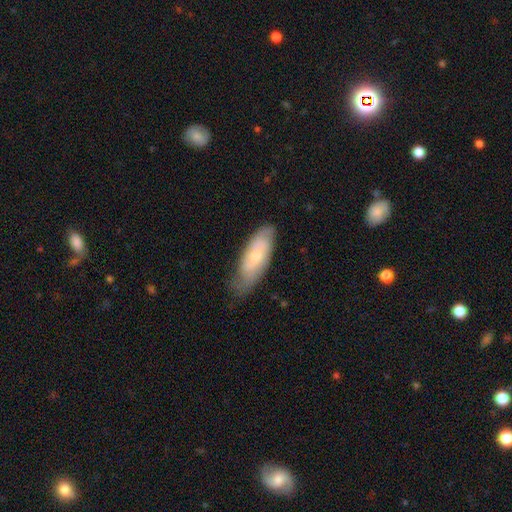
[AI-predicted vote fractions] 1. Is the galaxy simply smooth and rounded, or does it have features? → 48% smooth, 46% featured or disk, 6% star or artifact.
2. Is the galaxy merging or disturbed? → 66% none, 26% minor disturbance, 6% major disturbance, 1% merger.